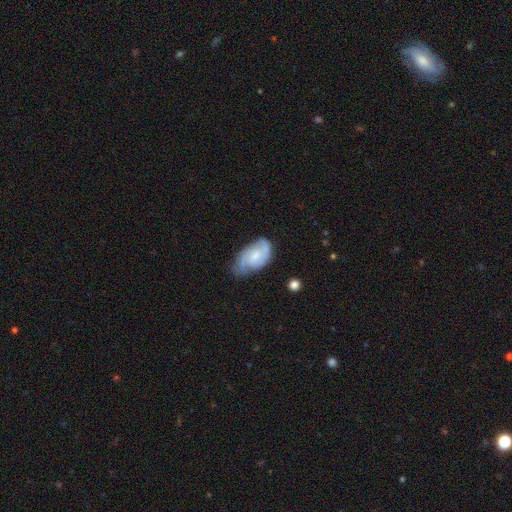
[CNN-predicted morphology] Overall: featured or disk (69%). Edge-on disk: no (97%). Bar: no (51%; weak 43%). Spiral arms: yes (93%). Spiral arm count: 2 (66%). Spiral winding: medium (47%; tight 35%). Bulge size: small (48%; moderate 34%). Merging: none (59%; minor disturbance 30%).